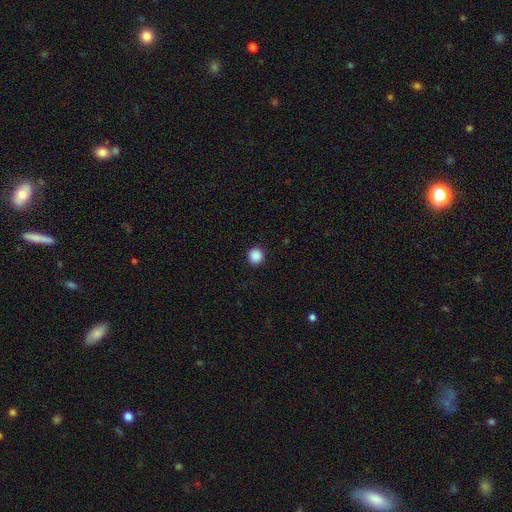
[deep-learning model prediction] smooth-or-featured: smooth: 88% | star or artifact: 10% | featured or disk: 2%
  how-rounded: round: 94% | in between: 5% | cigar-shaped: 1%
  merging: none: 93% | minor disturbance: 4% | major disturbance: 2% | merger: 1%